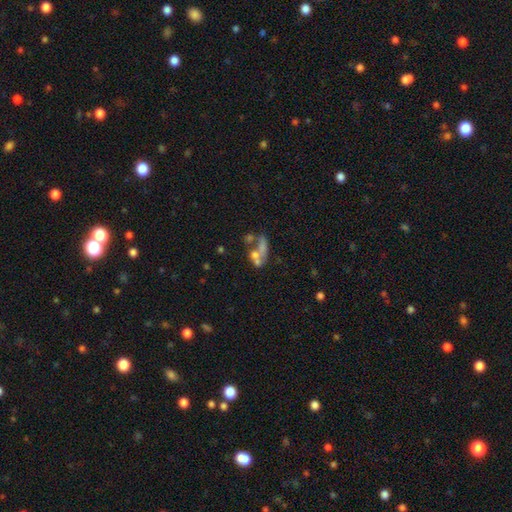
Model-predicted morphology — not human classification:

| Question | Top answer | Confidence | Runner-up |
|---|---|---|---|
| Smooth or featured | smooth | 43% | featured or disk (42%) |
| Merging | merger | 50% | none (22%) |